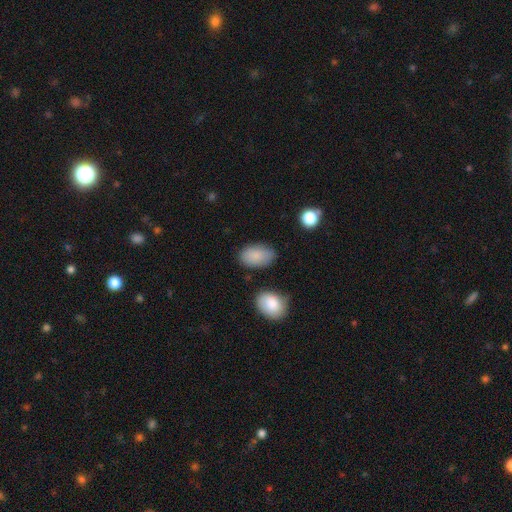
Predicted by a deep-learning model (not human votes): The model was most divided on "merging": none: 75%, minor disturbance: 17%, major disturbance: 4%, merger: 4%. More confident: how rounded — in between (92%); smooth or featured — smooth (86%).